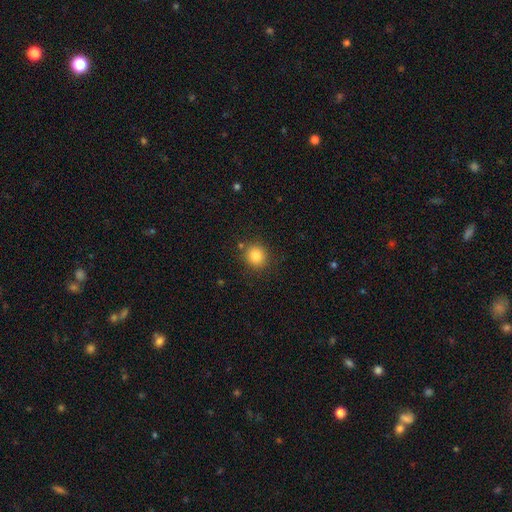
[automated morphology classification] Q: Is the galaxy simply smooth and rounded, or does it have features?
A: smooth — 84%.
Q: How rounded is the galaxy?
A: round — 88%.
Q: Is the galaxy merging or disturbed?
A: none — 85%.